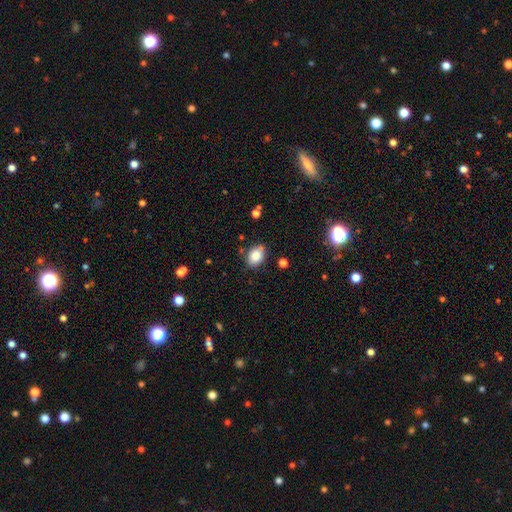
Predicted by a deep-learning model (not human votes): Smooth or featured: smooth — 84% (star or artifact — 9%)
How rounded: in between — 69% (round — 30%)
Merging: none — 76% (minor disturbance — 16%)